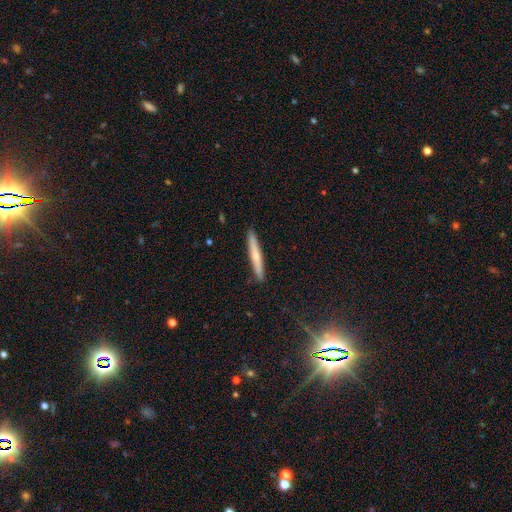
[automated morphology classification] Q: Smooth or featured?
A: smooth (51%); runner-up: featured or disk (42%)
Q: How rounded?
A: cigar-shaped (95%); runner-up: in between (3%)
Q: Merging?
A: none (91%); runner-up: minor disturbance (7%)